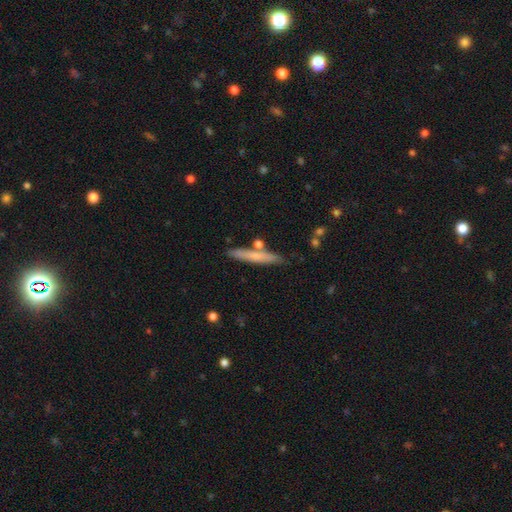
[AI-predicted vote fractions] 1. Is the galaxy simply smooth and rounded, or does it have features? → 58% smooth, 35% featured or disk, 6% star or artifact.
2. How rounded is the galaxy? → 94% cigar-shaped, 5% in between, 2% round.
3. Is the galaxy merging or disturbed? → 81% none, 11% minor disturbance, 6% merger, 2% major disturbance.